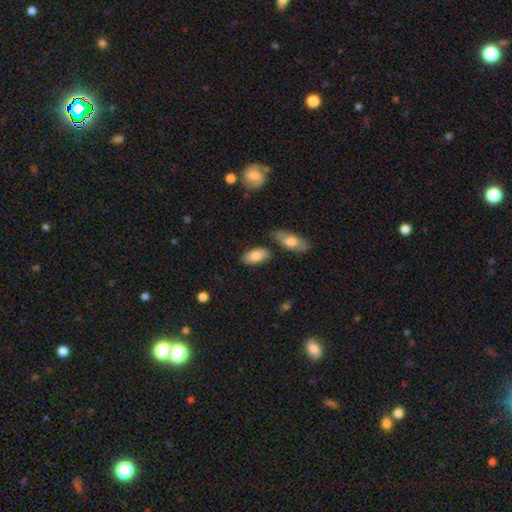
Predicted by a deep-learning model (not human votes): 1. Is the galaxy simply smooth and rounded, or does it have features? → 82% smooth, 11% featured or disk, 6% star or artifact.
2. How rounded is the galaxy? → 93% in between, 5% cigar-shaped, 3% round.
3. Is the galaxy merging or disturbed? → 76% none, 14% minor disturbance, 7% merger, 3% major disturbance.